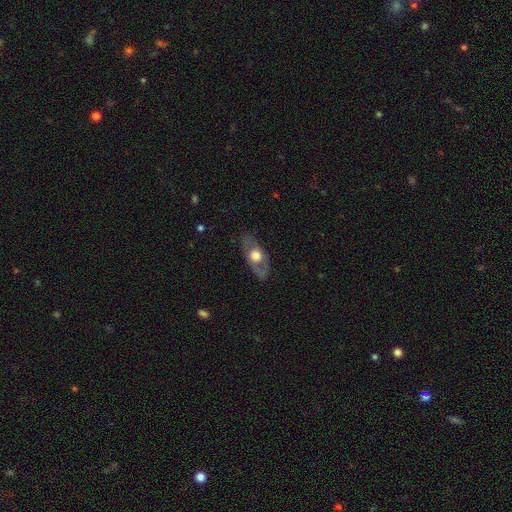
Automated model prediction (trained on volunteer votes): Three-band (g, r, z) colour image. It shows a featured or disk galaxy (53%). Merging: none (77%).